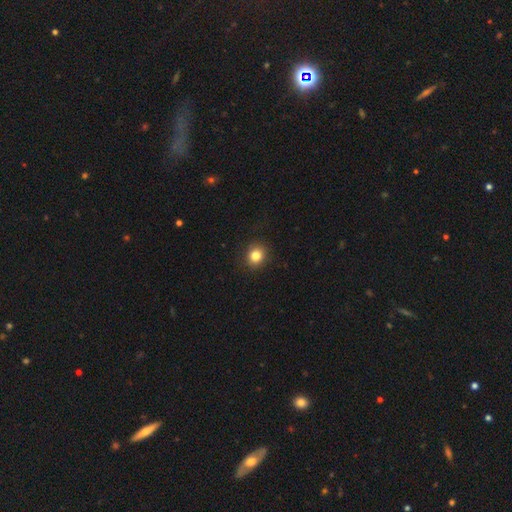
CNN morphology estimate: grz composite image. It shows a smooth galaxy with no disk features (83%) that is round (80%). Merging: none (89%).